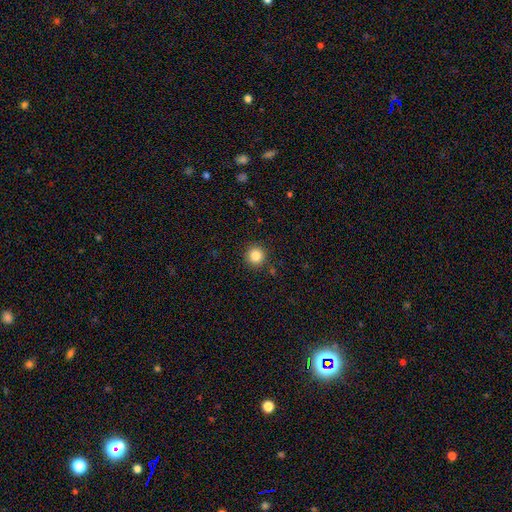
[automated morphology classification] smooth-or-featured: smooth: 85% | star or artifact: 10% | featured or disk: 5%
  how-rounded: round: 95% | in between: 4% | cigar-shaped: 1%
  merging: none: 91% | minor disturbance: 6% | major disturbance: 2% | merger: 1%